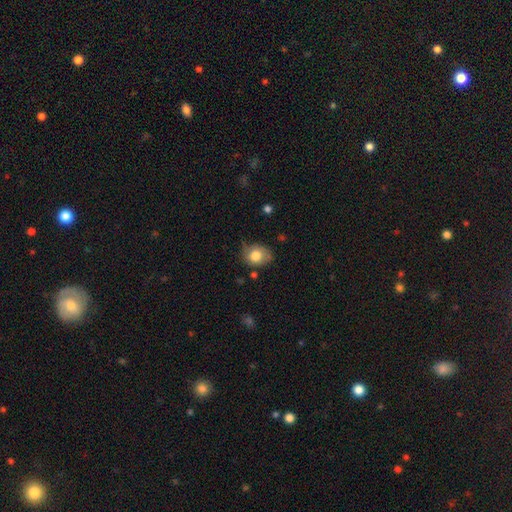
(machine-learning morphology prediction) A smooth galaxy with no disk features (77%) that is round (53%).

Vote fractions:
- Smooth or featured? smooth: 77% / featured or disk: 15% / star or artifact: 8%
- How rounded? round: 53% / in between: 46% / cigar-shaped: 1%
- Merging? none: 62% / minor disturbance: 29% / major disturbance: 7% / merger: 2%